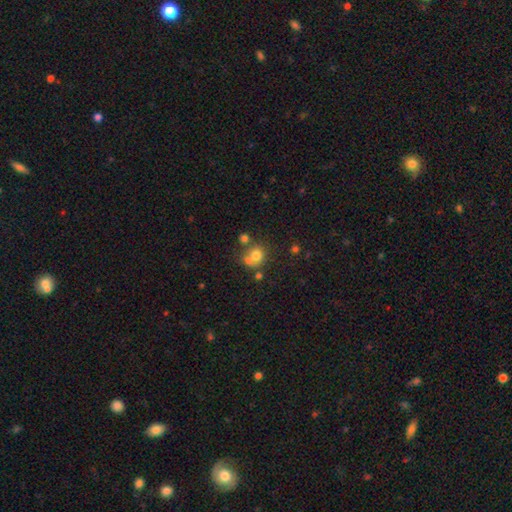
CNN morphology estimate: Overall: smooth (72%). How rounded: round (76%). Merging: none (46%; merger 30%).